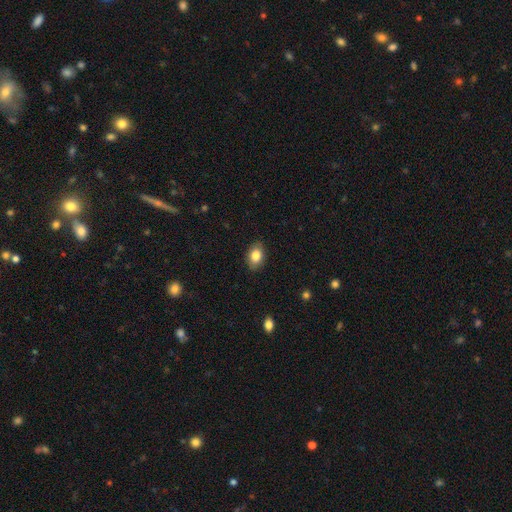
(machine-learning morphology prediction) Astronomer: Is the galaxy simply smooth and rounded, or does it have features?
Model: smooth — 83%.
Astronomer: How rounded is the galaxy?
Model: in between — 79%.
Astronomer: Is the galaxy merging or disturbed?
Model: none — 86%.